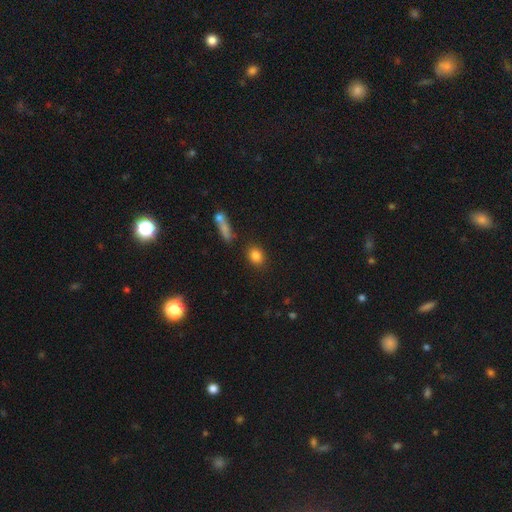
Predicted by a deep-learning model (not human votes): This is clearly a smooth galaxy (84%). How rounded: possibly round (56%). Merging: clearly none (84%).